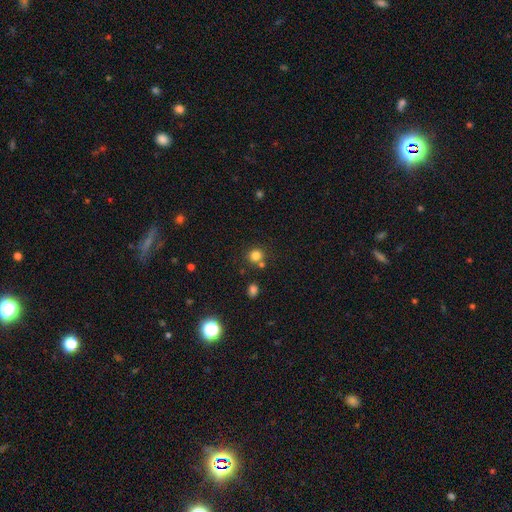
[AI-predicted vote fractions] Morphology: type=smooth (80%); roundness=round (86%); merging=none (72%).